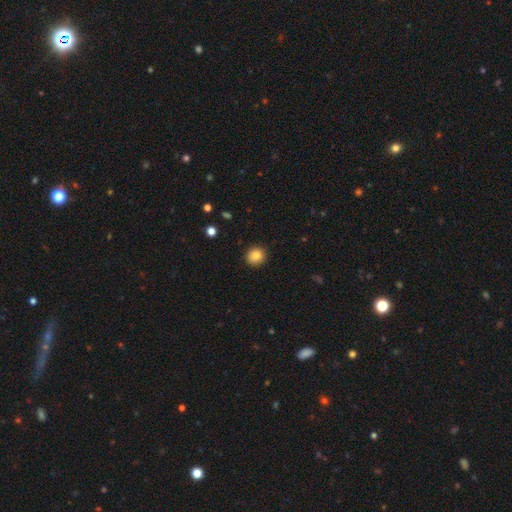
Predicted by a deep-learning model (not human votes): smooth-or-featured: smooth: 86% | star or artifact: 10% | featured or disk: 5%
  how-rounded: round: 86% | in between: 13% | cigar-shaped: 1%
  merging: none: 90% | minor disturbance: 7% | major disturbance: 2% | merger: 1%